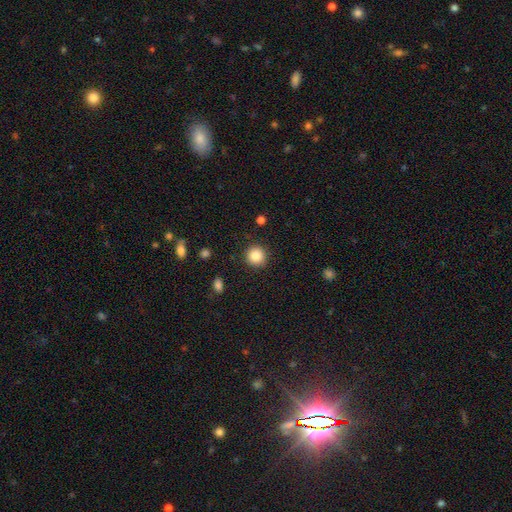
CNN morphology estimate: A smooth galaxy with no disk features (86%) that is round (94%). Merging: none (91%).